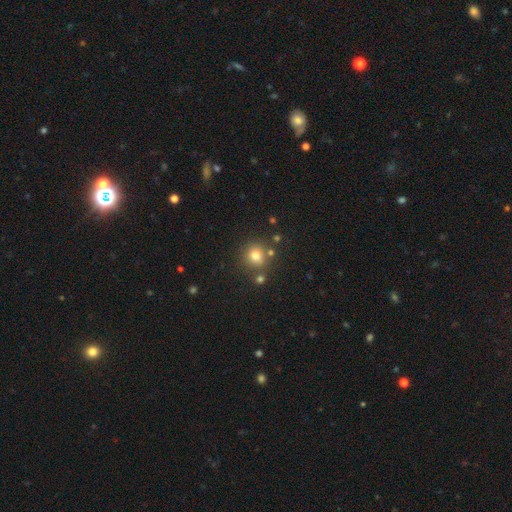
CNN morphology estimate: This is likely a smooth galaxy (76%). How rounded: clearly round (86%). Merging: likely none (75%).